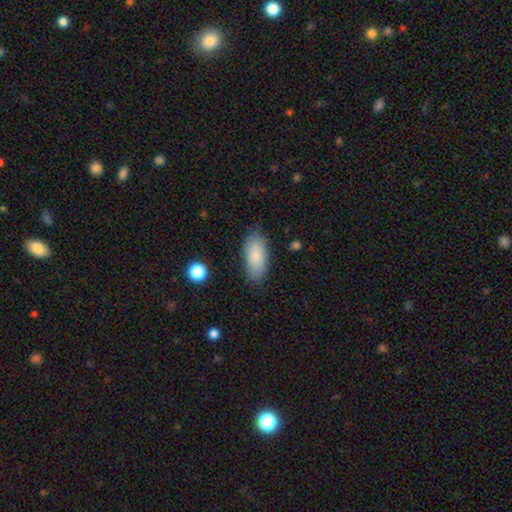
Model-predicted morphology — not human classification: Overall: smooth (86%). How rounded: in between (90%). Merging: none (81%).